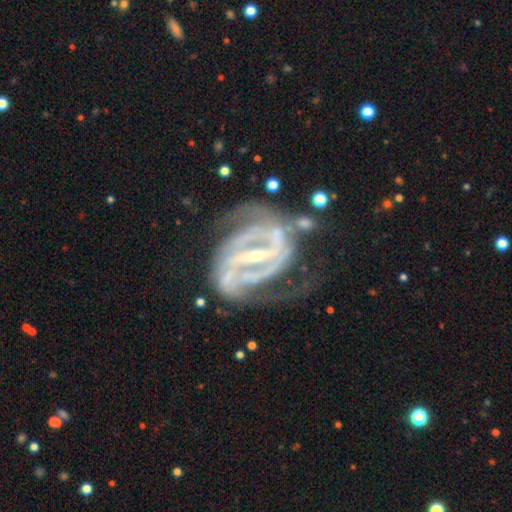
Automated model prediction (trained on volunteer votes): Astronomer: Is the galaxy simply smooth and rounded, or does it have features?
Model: featured or disk — 91%.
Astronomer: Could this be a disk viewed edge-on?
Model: no — 96%.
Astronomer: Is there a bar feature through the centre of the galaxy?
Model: strong — 79%.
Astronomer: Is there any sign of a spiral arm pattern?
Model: yes — 96%.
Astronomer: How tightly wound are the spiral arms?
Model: tight — 45% (runner-up: medium, 42%).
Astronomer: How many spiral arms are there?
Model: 2 — 65%.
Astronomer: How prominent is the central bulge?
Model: small — 72%.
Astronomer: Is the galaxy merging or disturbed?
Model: none — 53%.